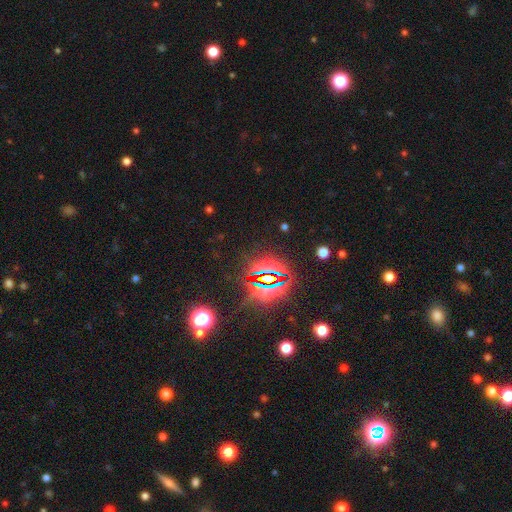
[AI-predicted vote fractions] A star or artifact, not a galaxy (81%).